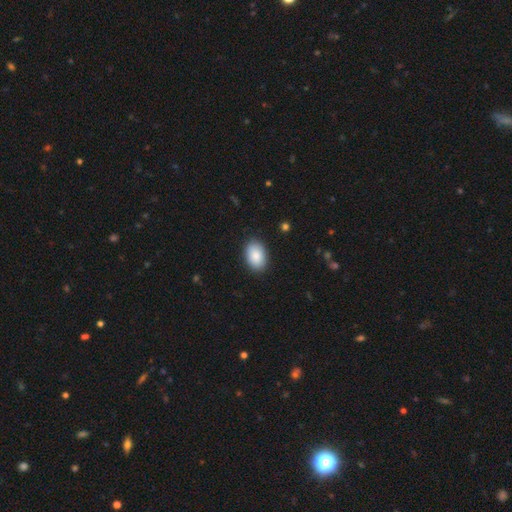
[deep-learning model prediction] Q: Smooth or featured?
A: smooth (87%); runner-up: star or artifact (6%)
Q: How rounded?
A: in between (88%); runner-up: round (11%)
Q: Merging?
A: none (88%); runner-up: minor disturbance (9%)